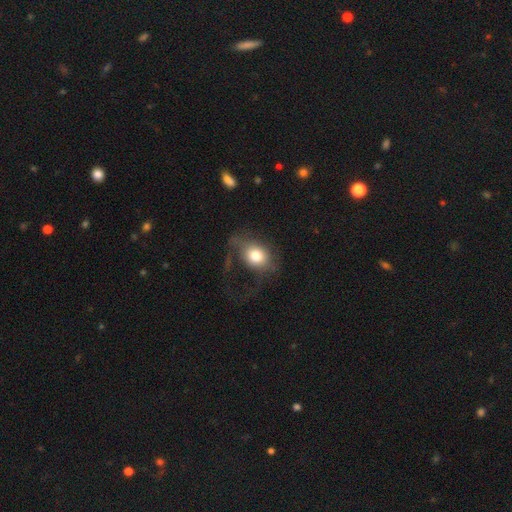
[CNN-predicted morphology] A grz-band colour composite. It shows a smooth galaxy with no disk features (70%) that is round (52%). Merging: major disturbance (41%).